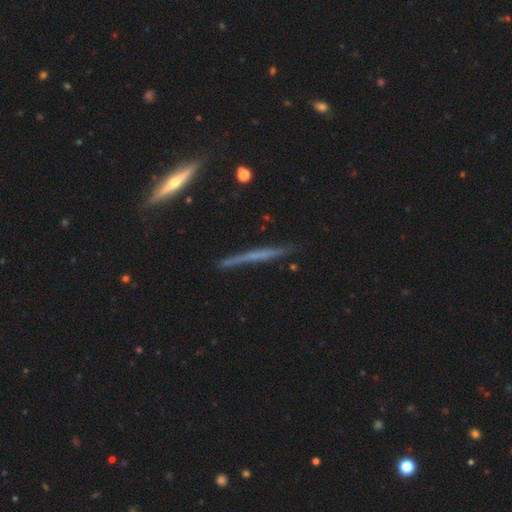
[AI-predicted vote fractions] Overall: featured or disk (57%; smooth 34%). Edge-on disk: yes (96%). Edge-on bulge: none (79%). Merging: none (80%).